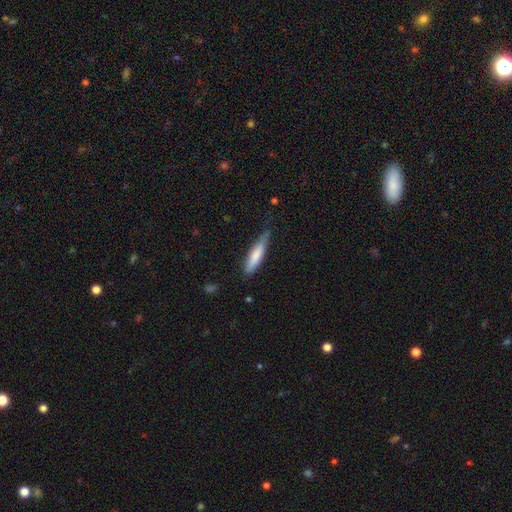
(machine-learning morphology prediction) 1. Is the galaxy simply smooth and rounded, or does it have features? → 74% smooth, 21% featured or disk, 6% star or artifact.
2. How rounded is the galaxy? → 78% cigar-shaped, 20% in between, 1% round.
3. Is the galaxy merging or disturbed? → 63% none, 30% minor disturbance, 5% major disturbance, 2% merger.